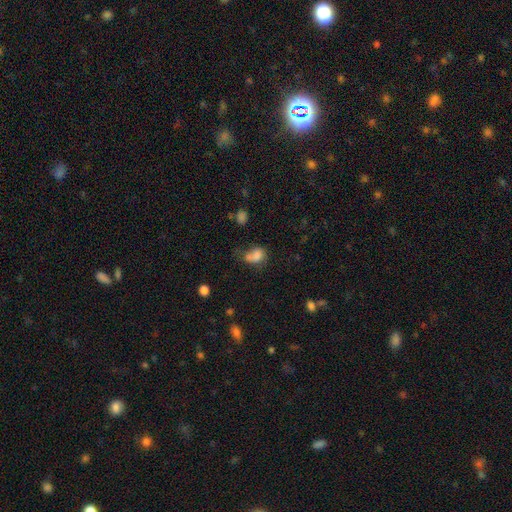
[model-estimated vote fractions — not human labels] This is likely a smooth galaxy (75%). How rounded: likely in between (65%). Merging: marginally none (31%).